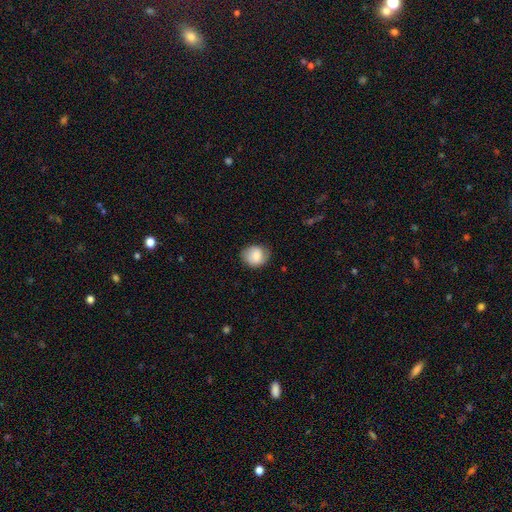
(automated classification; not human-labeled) Smooth or featured? smooth (80%)
How rounded? round (71%)
Merging? none (75%)